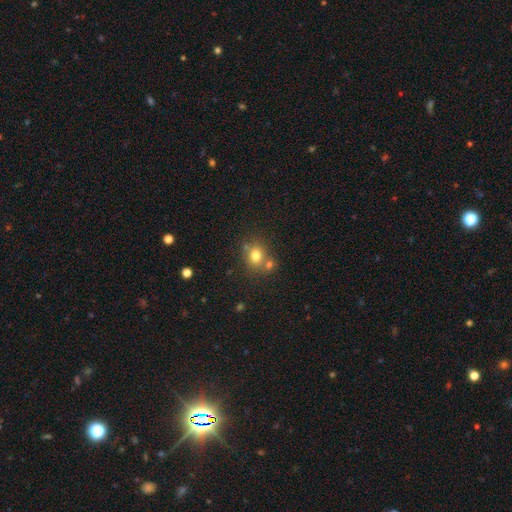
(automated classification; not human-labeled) Smooth or featured? Predicted: smooth (p=0.76). How rounded? Predicted: round (p=0.68). Merging? Predicted: none (p=0.60).